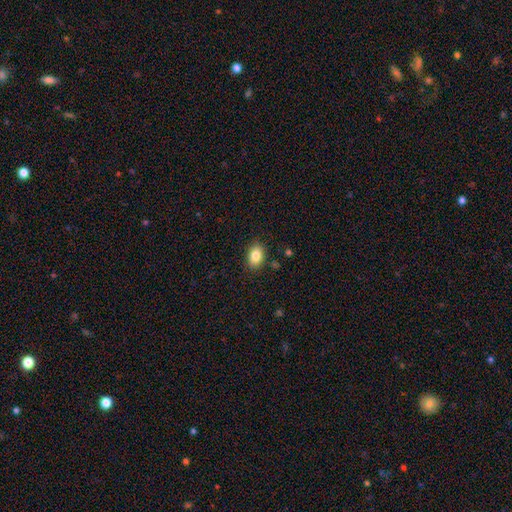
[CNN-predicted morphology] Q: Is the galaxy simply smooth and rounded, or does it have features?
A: smooth — 84%.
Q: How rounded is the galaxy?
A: in between — 82%.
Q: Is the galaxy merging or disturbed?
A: none — 86%.